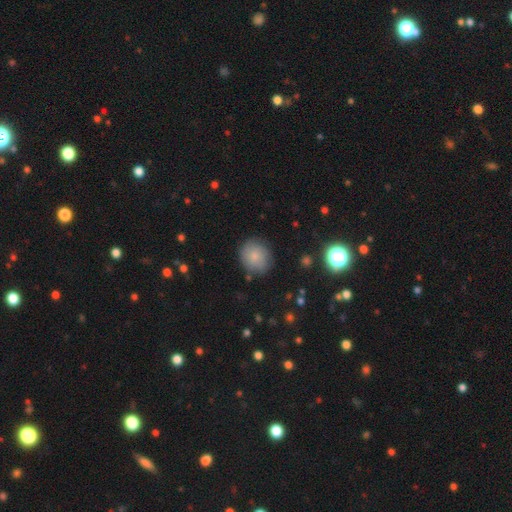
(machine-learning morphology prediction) A smooth galaxy with no disk features (81%) that is round (83%).

Vote fractions:
- Smooth or featured? smooth: 81% / featured or disk: 10% / star or artifact: 9%
- How rounded? round: 83% / in between: 16% / cigar-shaped: 1%
- Merging? none: 82% / minor disturbance: 13% / major disturbance: 3% / merger: 2%